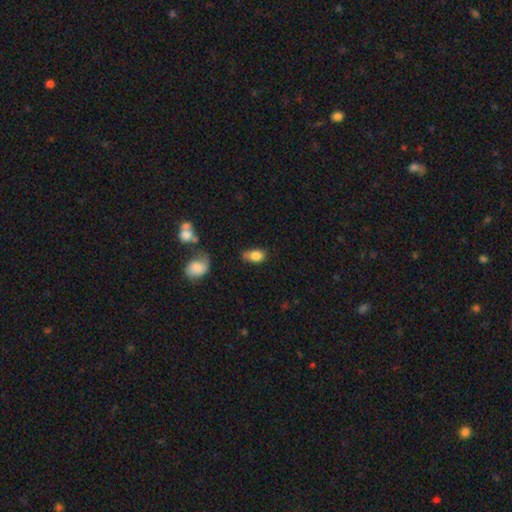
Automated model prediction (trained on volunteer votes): smooth_or_featured: smooth (p=0.82) [alt: featured or disk p=0.10]
how_rounded: in between (p=0.81) [alt: round p=0.16]
merging: none (p=0.41) [alt: minor disturbance p=0.37]